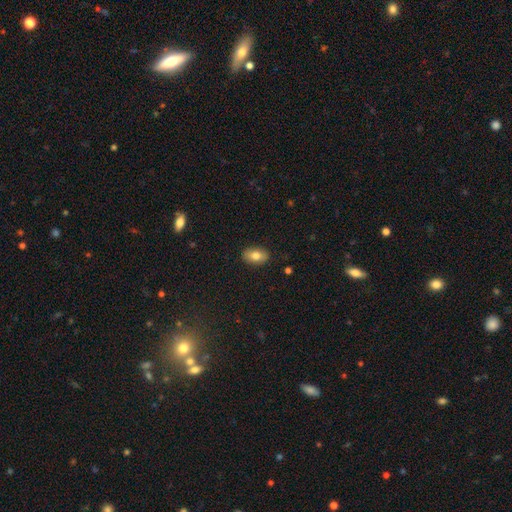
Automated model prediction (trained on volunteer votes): smooth-or-featured: smooth: 79% | featured or disk: 13% | star or artifact: 8%
  how-rounded: in between: 89% | round: 8% | cigar-shaped: 3%
  merging: none: 87% | minor disturbance: 10% | major disturbance: 2% | merger: 1%